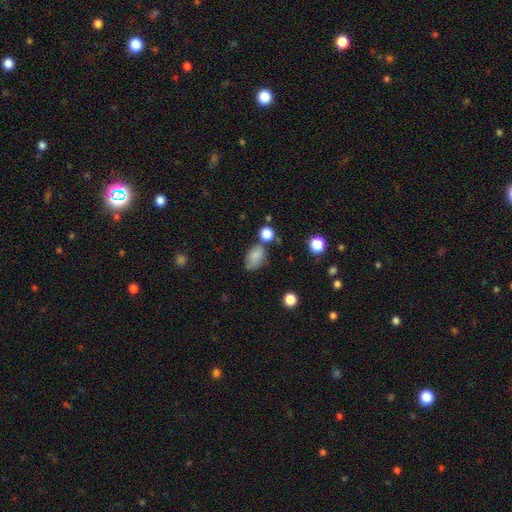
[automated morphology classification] Q: Smooth or featured?
A: smooth (80%); runner-up: star or artifact (10%)
Q: How rounded?
A: in between (85%); runner-up: round (13%)
Q: Merging?
A: none (52%); runner-up: minor disturbance (27%)